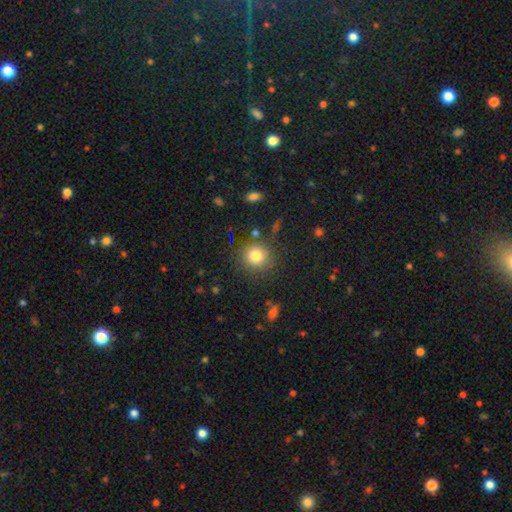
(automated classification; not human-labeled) This appears to be a smooth galaxy with no disk features (78%) that is round (91%). Merging: none (84%).